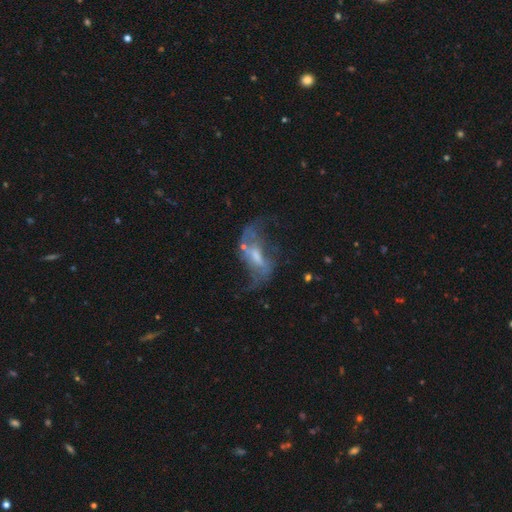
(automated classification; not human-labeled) A featured or disk galaxy (75%) with a weak bar (48%), 2 (83%) loose (78%) spiral arms (79%) and a small central bulge (40%).

Vote fractions:
- Smooth or featured? featured or disk: 75% / smooth: 15% / star or artifact: 10%
- Edge-on disk? no: 92% / yes: 8%
- Bar? weak: 48% / no: 26% / strong: 26%
- Spiral arms? yes: 79% / no: 21%
- Spiral winding? loose: 78% / medium: 17% / tight: 5%
- Spiral arm count? 2: 83% / can't tell: 9% / 1: 4% / 3: 2% / 4: 1% / more than 4: 1%
- Bulge size? small: 40% / moderate: 39% / none: 15% / large: 5% / dominant: 1%
- Merging? none: 48% / major disturbance: 26% / minor disturbance: 20% / merger: 7%